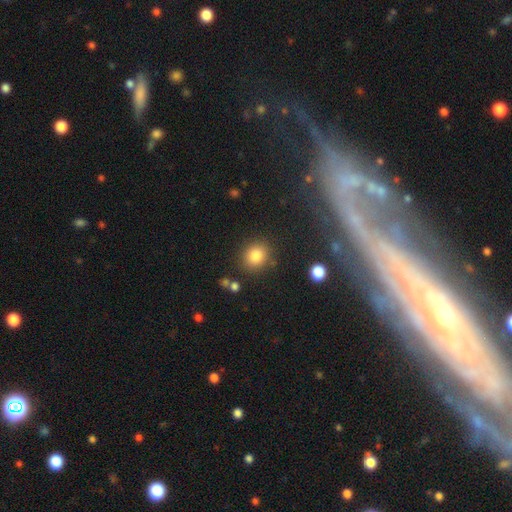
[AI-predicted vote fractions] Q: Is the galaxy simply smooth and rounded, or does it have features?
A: smooth — 84%.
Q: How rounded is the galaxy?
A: round — 75%.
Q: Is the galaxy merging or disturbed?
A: none — 83%.